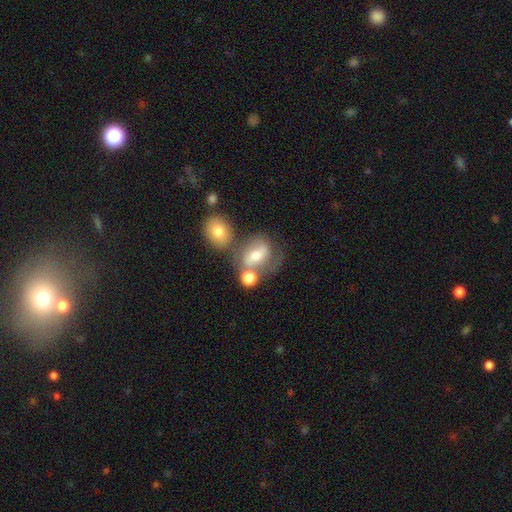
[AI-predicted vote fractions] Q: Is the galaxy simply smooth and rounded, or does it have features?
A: featured or disk — 46%.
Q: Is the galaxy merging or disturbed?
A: none — 40%.